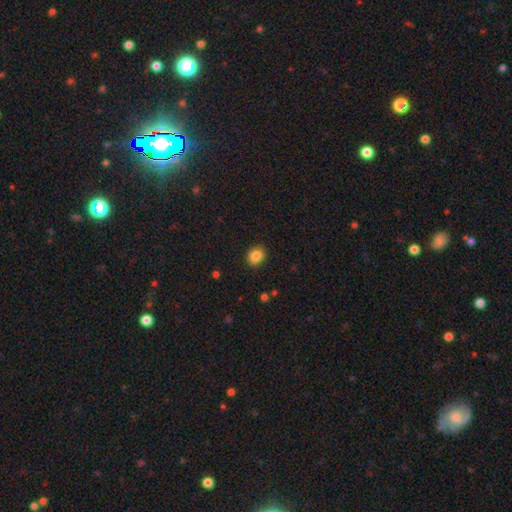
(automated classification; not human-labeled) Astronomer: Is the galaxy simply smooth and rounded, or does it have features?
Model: smooth — 85%.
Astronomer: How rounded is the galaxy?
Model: round — 56% (runner-up: in between, 43%).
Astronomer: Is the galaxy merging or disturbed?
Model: none — 87%.